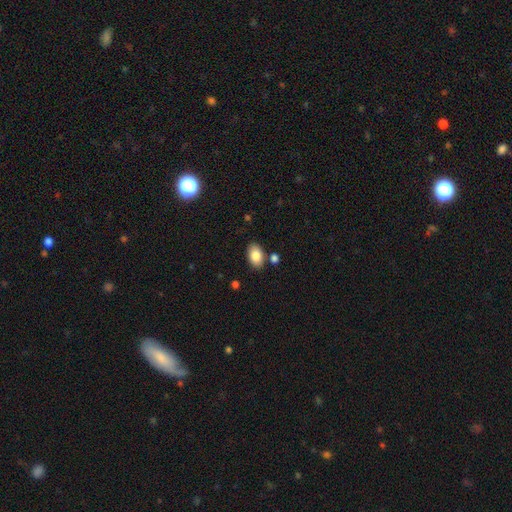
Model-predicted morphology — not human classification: This is clearly a smooth galaxy (84%). How rounded: clearly in between (89%). Merging: clearly none (81%).